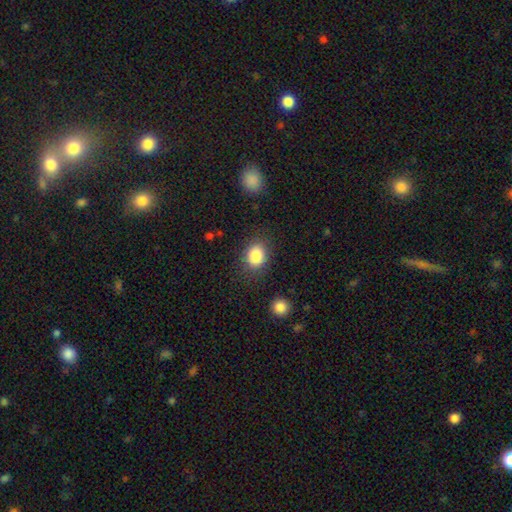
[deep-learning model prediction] This is clearly a smooth galaxy (86%). How rounded: possibly round (50%). Merging: clearly none (81%).